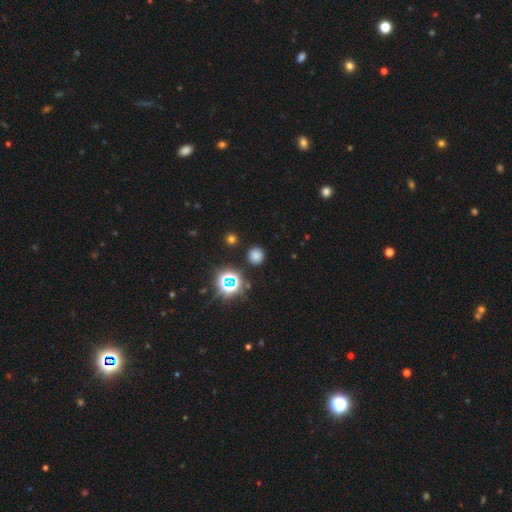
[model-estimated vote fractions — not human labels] Morphology: type=smooth (70%); roundness=round (91%); merging=none (88%).